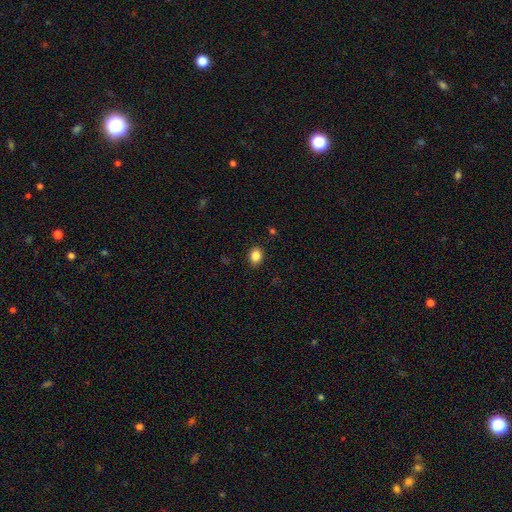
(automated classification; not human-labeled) Smooth or featured? Predicted: smooth (p=0.85). How rounded? Predicted: in between (p=0.54). Merging? Predicted: none (p=0.89).